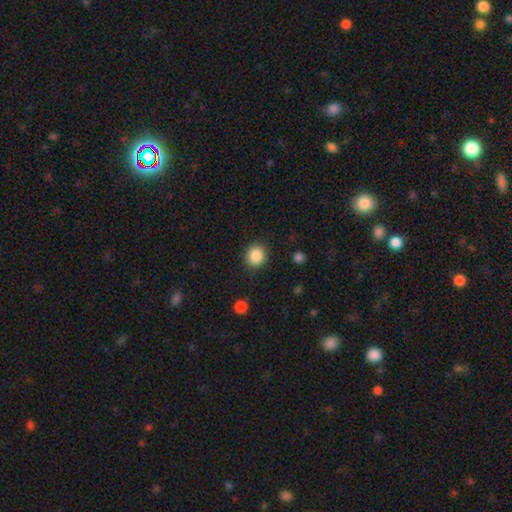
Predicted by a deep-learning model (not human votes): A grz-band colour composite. It shows a smooth galaxy with no disk features (86%) that is round (84%). Merging: none (89%).